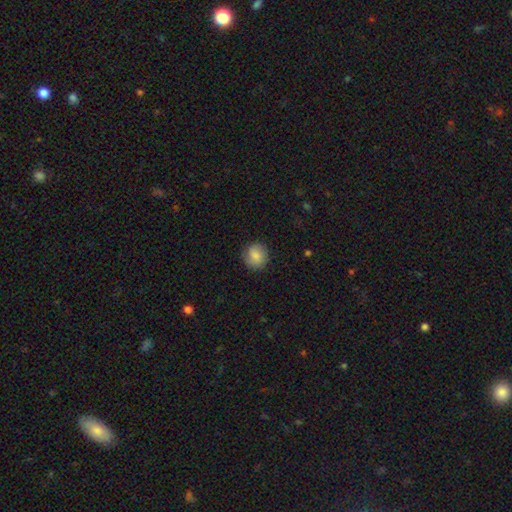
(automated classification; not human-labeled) smooth 78%, featured or disk 15%, star or artifact 8%. Down the decision tree: how rounded — round (84%); merging — none (84%).